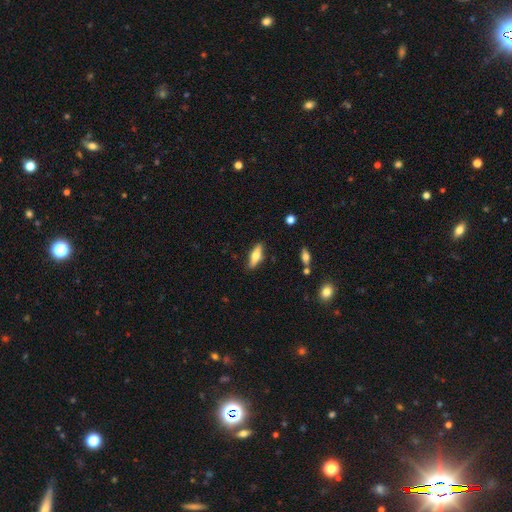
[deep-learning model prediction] This is possibly a smooth galaxy (60%). How rounded: possibly in between (50%). Merging: clearly none (84%).